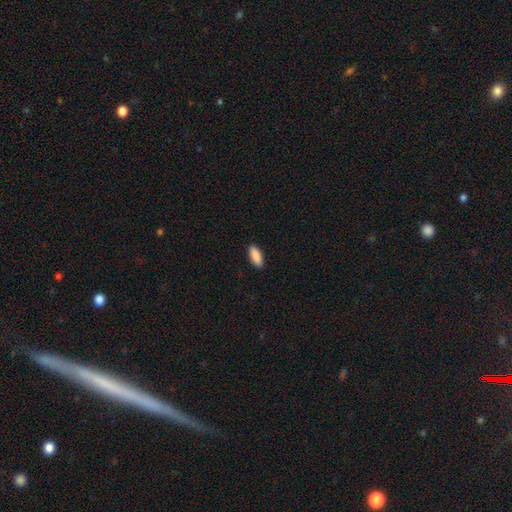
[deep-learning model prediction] Morphology: type=smooth (90%); roundness=in between (80%); merging=none (90%).